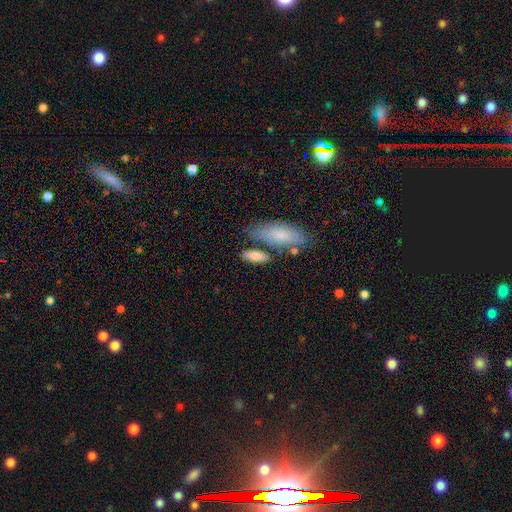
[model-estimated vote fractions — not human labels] Smooth or featured? smooth (78%)
How rounded? in between (72%)
Merging? none (62%)